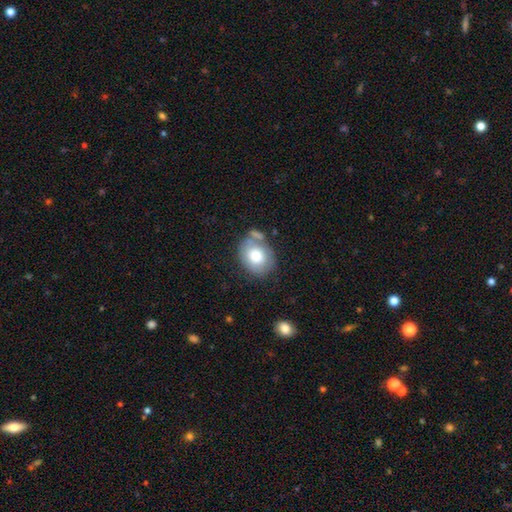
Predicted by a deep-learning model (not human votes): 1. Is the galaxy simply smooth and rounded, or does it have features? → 73% smooth, 19% featured or disk, 7% star or artifact.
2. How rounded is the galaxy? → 51% in between, 48% round, 1% cigar-shaped.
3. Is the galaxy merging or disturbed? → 58% none, 20% minor disturbance, 14% merger, 8% major disturbance.